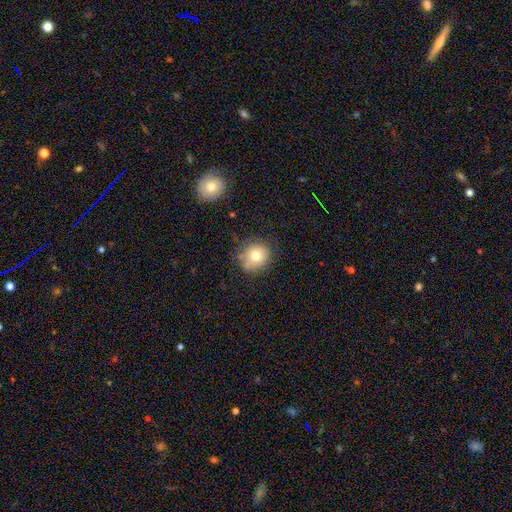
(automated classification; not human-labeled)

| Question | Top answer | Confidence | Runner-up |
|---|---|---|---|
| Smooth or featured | smooth | 75% | featured or disk (14%) |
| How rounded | round | 76% | in between (24%) |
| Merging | none | 73% | minor disturbance (19%) |